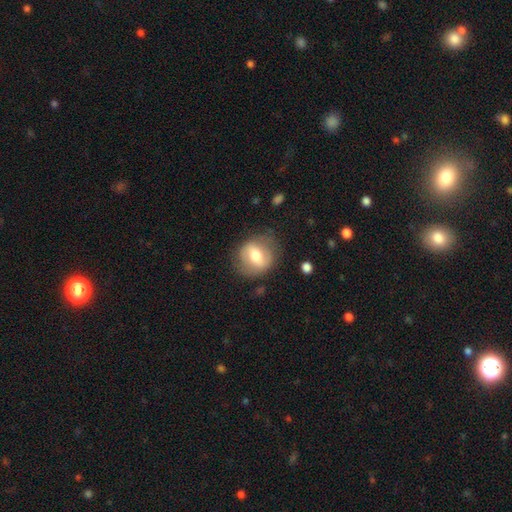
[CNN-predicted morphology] The model was most divided on "smooth or featured": smooth: 50%, featured or disk: 43%, star or artifact: 7%. More confident: merging — none (69%); how rounded — round (65%).